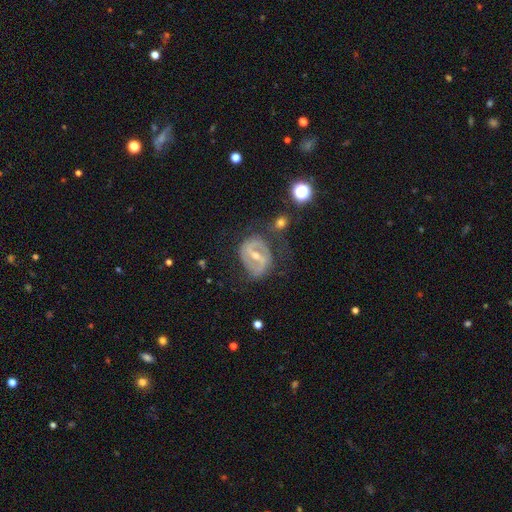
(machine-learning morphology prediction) This is clearly a featured or disk galaxy (82%). It is clearly not viewed edge-on (96%). Bar: likely strong (62%). Spiral arm pattern: likely yes (78%). Spiral arm count: likely 2 (79%). Spiral winding: marginally medium (44%). Central bulge: possibly moderate (49%). Merging: likely none (62%).